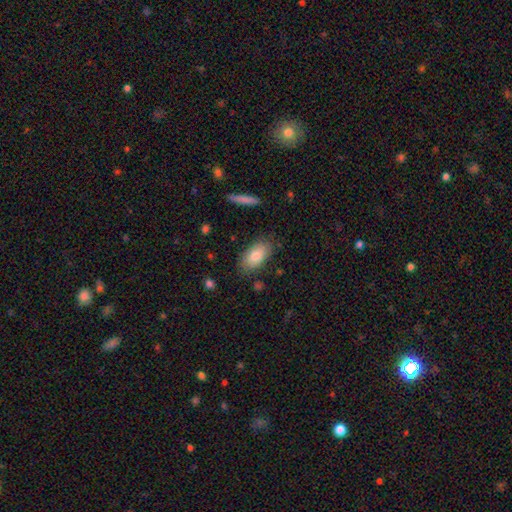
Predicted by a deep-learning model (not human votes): Q: Smooth or featured?
A: smooth (81%); runner-up: featured or disk (12%)
Q: How rounded?
A: in between (92%); runner-up: cigar-shaped (4%)
Q: Merging?
A: none (81%); runner-up: minor disturbance (13%)